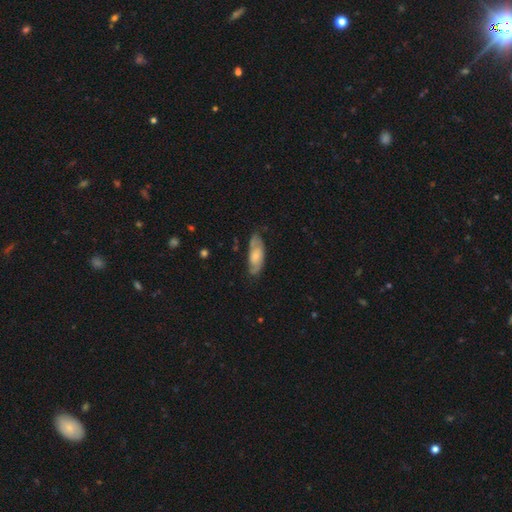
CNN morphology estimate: smooth_or_featured: featured or disk (p=0.53) [alt: smooth p=0.41]
disk_edge_on: no (p=0.87) [alt: yes p=0.13]
merging: none (p=0.69) [alt: minor disturbance p=0.23]